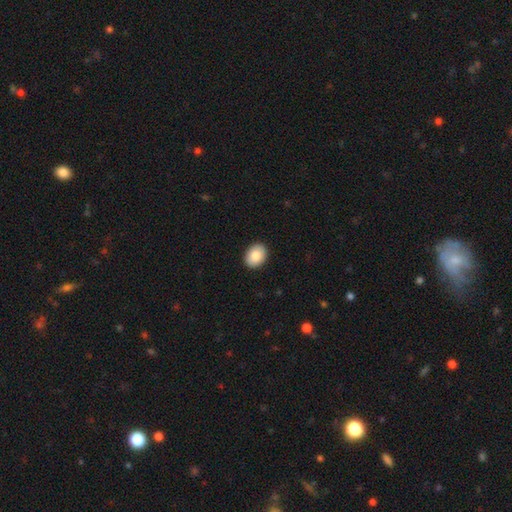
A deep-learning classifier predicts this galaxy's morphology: Smooth or featured: smooth — 85% (featured or disk — 8%)
How rounded: in between — 69% (round — 30%)
Merging: none — 92% (minor disturbance — 6%)